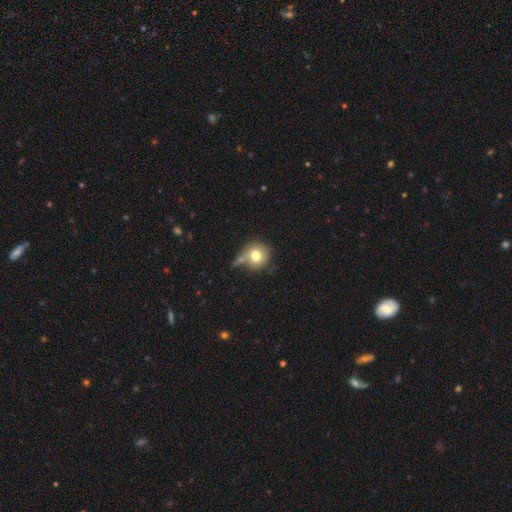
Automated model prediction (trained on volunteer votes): smooth-or-featured: smooth: 76% | featured or disk: 14% | star or artifact: 10%
  how-rounded: round: 89% | in between: 10% | cigar-shaped: 1%
  merging: none: 51% | minor disturbance: 21% | merger: 17% | major disturbance: 11%